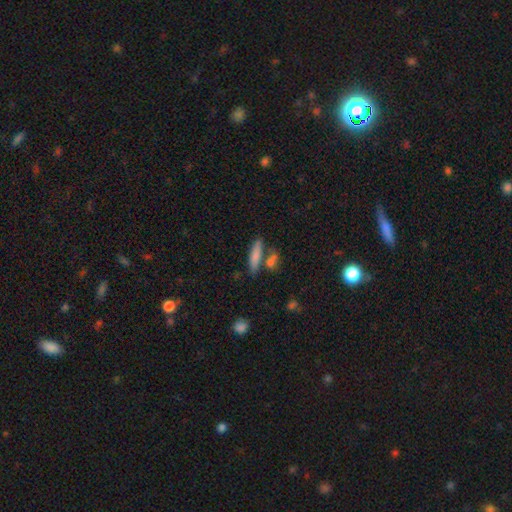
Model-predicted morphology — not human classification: smooth_or_featured: smooth (p=0.78) [alt: featured or disk p=0.15]
how_rounded: cigar-shaped (p=0.71) [alt: in between p=0.26]
merging: none (p=0.64) [alt: merger p=0.19]